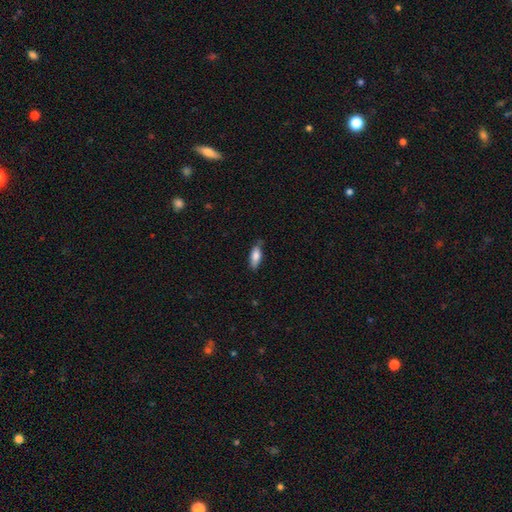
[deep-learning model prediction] This appears to be a smooth galaxy with no disk features (79%) that is in between round and cigar-shaped (70%). Merging: none (70%).